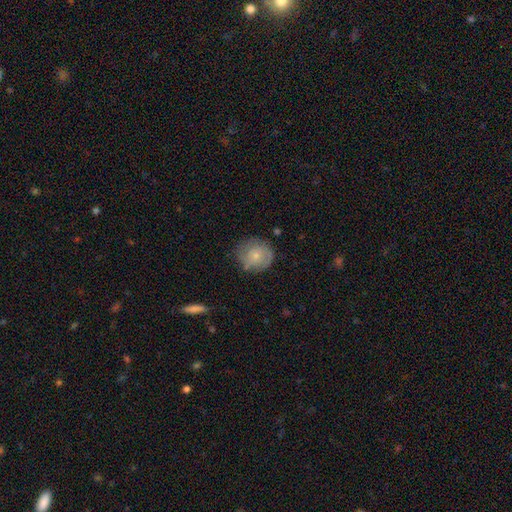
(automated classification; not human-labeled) smooth-or-featured: smooth: 59% | featured or disk: 34% | star or artifact: 7%
  how-rounded: round: 88% | in between: 11% | cigar-shaped: 1%
  merging: none: 71% | minor disturbance: 21% | major disturbance: 6% | merger: 2%